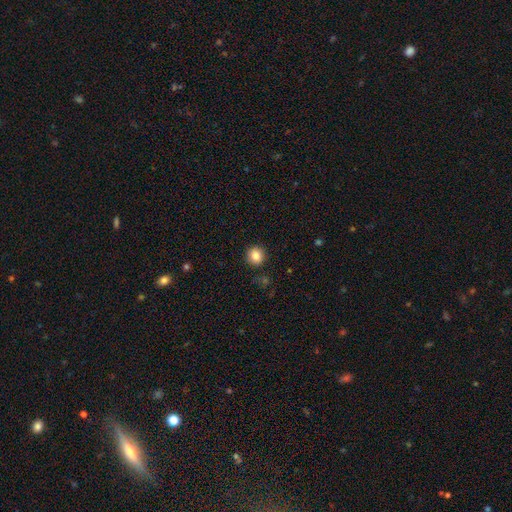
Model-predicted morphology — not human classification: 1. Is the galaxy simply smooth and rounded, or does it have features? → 85% smooth, 10% star or artifact, 5% featured or disk.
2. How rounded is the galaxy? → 91% round, 8% in between, 1% cigar-shaped.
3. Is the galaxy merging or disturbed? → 90% none, 7% minor disturbance, 2% major disturbance, 1% merger.